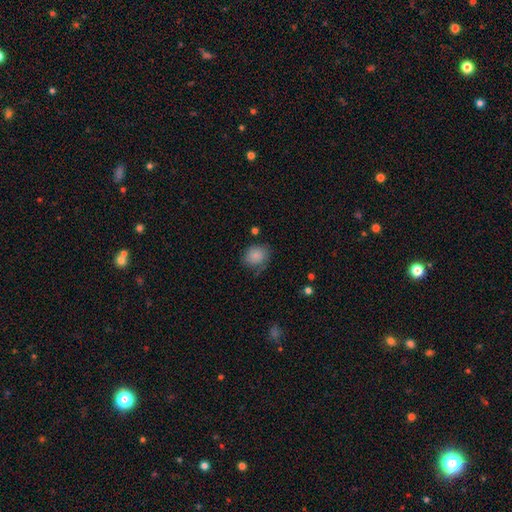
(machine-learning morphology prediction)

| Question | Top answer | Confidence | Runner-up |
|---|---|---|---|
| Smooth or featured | smooth | 85% | star or artifact (9%) |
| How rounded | round | 65% | in between (34%) |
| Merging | none | 67% | minor disturbance (24%) |